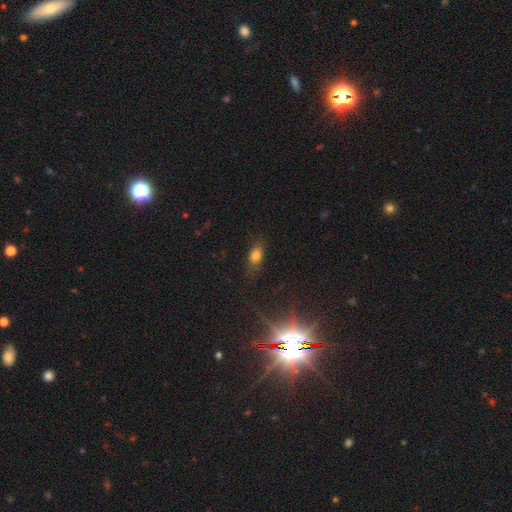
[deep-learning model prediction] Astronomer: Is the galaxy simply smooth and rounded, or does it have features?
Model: smooth — 75%.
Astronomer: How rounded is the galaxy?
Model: in between — 76%.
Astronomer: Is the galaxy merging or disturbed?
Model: none — 77%.